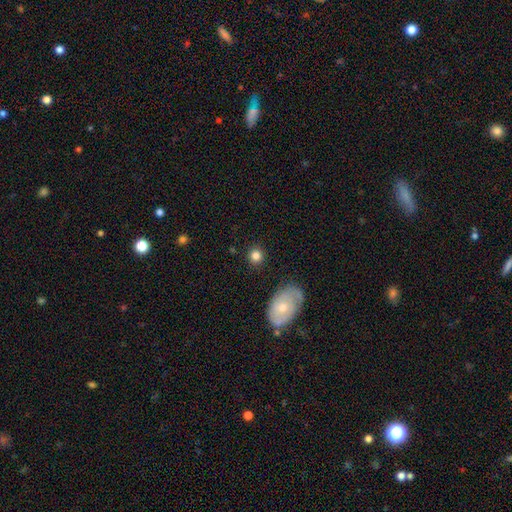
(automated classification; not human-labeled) Smooth or featured: smooth — 82% (star or artifact — 9%)
How rounded: round — 86% (in between — 12%)
Merging: none — 86% (minor disturbance — 8%)